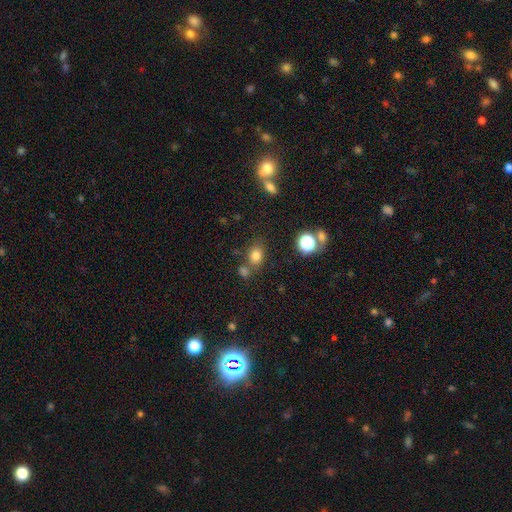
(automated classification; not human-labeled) A smooth galaxy with no disk features (78%) that is in between round and cigar-shaped (56%). Merging: none (65%).